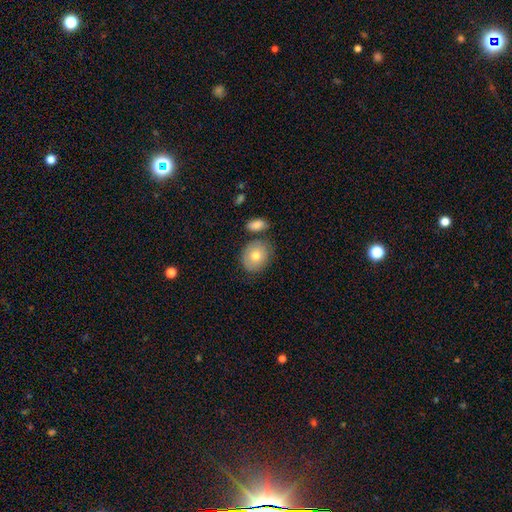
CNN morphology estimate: Smooth or featured? Predicted: smooth (p=0.74). How rounded? Predicted: round (p=0.58). Merging? Predicted: none (p=0.68).